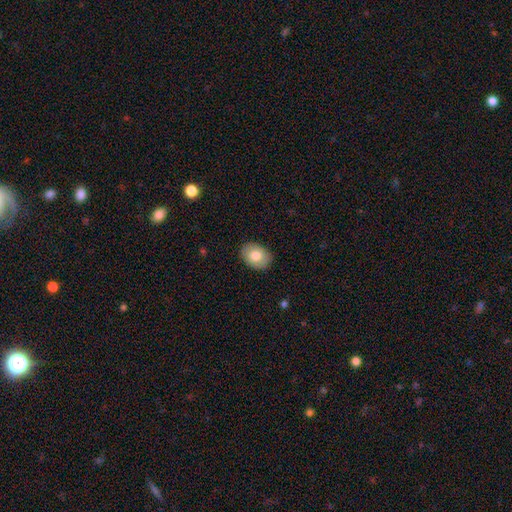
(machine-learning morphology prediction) smooth 80%, featured or disk 13%, star or artifact 7%. Down the decision tree: how rounded — in between (72%); merging — none (89%).